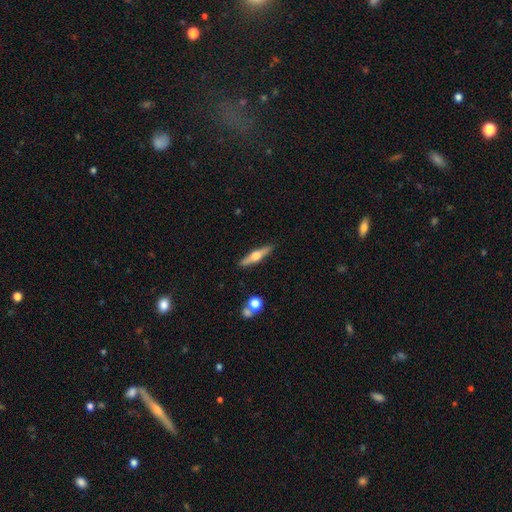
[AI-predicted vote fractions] Smooth or featured?
  - featured or disk: 63% *
  - smooth: 31%
  - star or artifact: 6%
Edge-on disk?
  - yes: 96% *
  - no: 4%
Edge-on bulge?
  - rounded: 93% *
  - boxy: 5%
  - none: 3%
Merging?
  - none: 89% *
  - minor disturbance: 7%
  - merger: 2%
  - major disturbance: 2%